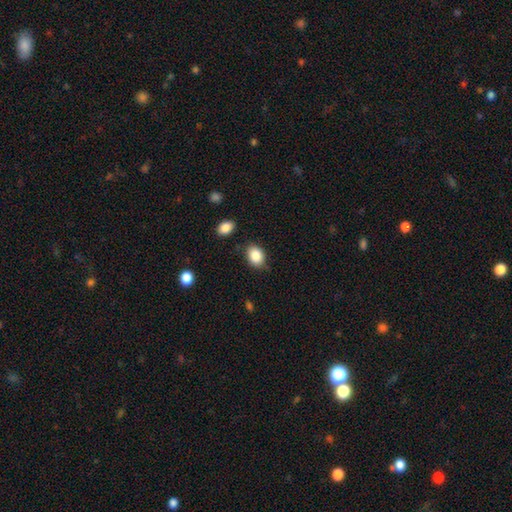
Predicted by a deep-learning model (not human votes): Smooth or featured?
  - smooth: 87% *
  - star or artifact: 8%
  - featured or disk: 5%
How rounded?
  - in between: 68% *
  - round: 31%
  - cigar-shaped: 1%
Merging?
  - none: 80% *
  - minor disturbance: 14%
  - major disturbance: 3%
  - merger: 3%